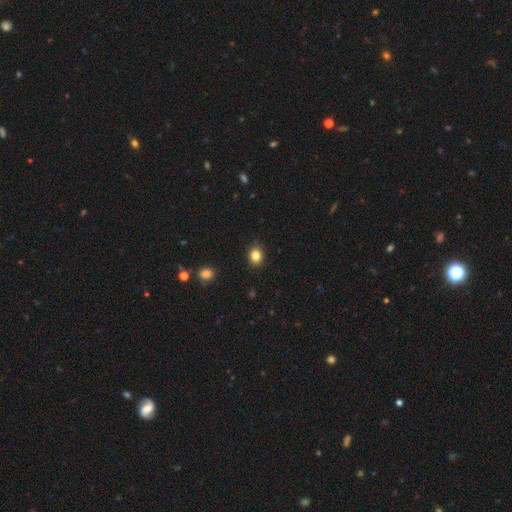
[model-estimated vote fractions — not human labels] A smooth galaxy with no disk features (84%) that is in between round and cigar-shaped (50%).

Vote fractions:
- Smooth or featured? smooth: 84% / star or artifact: 10% / featured or disk: 6%
- How rounded? in between: 50% / round: 49% / cigar-shaped: 1%
- Merging? none: 88% / minor disturbance: 9% / major disturbance: 2% / merger: 1%